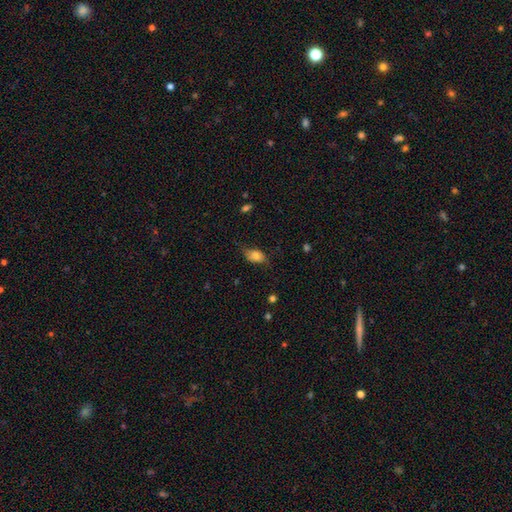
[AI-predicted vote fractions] Morphology: type=smooth (72%); roundness=in between (86%); merging=none (57%).